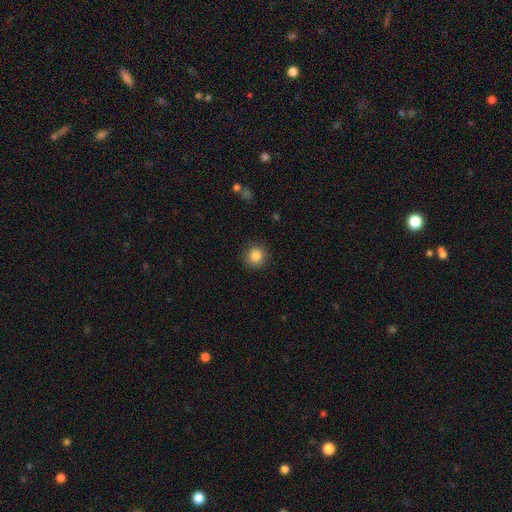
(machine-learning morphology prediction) A smooth galaxy with no disk features (85%) that is round (93%).

Vote fractions:
- Smooth or featured? smooth: 85% / star or artifact: 10% / featured or disk: 5%
- How rounded? round: 93% / in between: 6% / cigar-shaped: 1%
- Merging? none: 90% / minor disturbance: 7% / major disturbance: 2% / merger: 1%